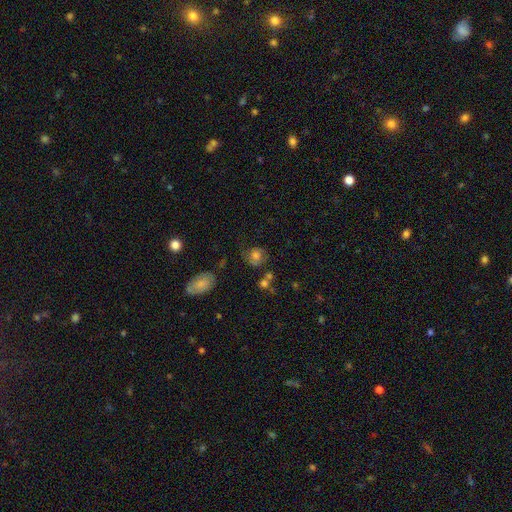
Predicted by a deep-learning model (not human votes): Smooth or featured?
  - smooth: 59% *
  - featured or disk: 29%
  - star or artifact: 12%
How rounded?
  - round: 74% *
  - in between: 25%
  - cigar-shaped: 1%
Merging?
  - none: 55% *
  - minor disturbance: 23%
  - major disturbance: 15%
  - merger: 7%